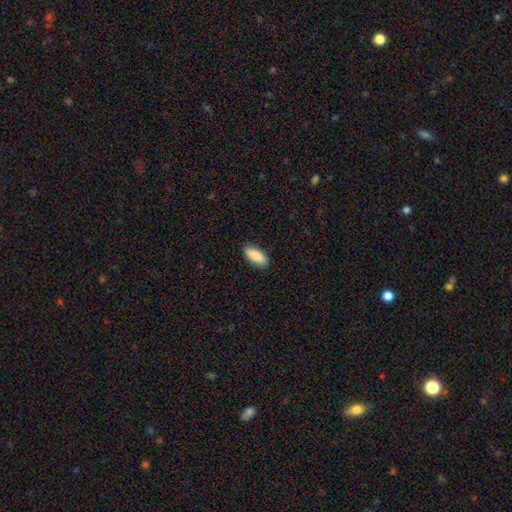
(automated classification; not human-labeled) Q: Smooth or featured?
A: smooth (88%); runner-up: featured or disk (6%)
Q: How rounded?
A: in between (88%); runner-up: cigar-shaped (10%)
Q: Merging?
A: none (86%); runner-up: minor disturbance (11%)